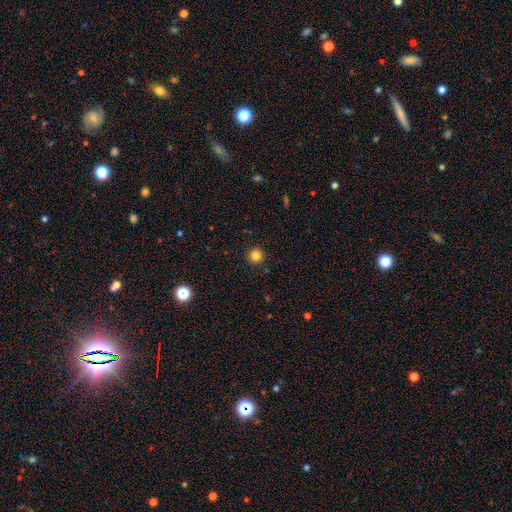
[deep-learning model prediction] smooth-or-featured: smooth: 83% | star or artifact: 13% | featured or disk: 4%
  how-rounded: round: 94% | in between: 5% | cigar-shaped: 1%
  merging: none: 91% | minor disturbance: 6% | major disturbance: 2% | merger: 1%